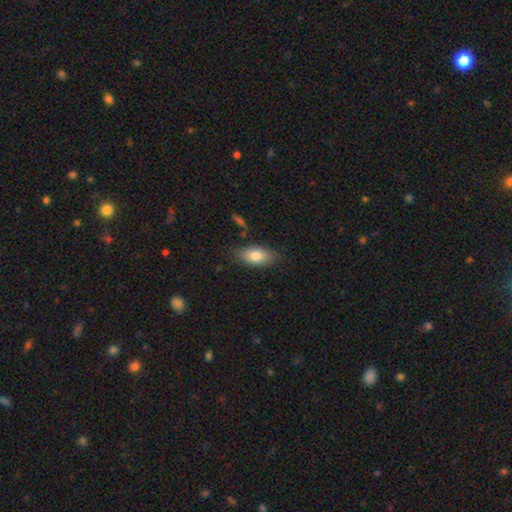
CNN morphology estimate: A smooth galaxy with no disk features (81%) that is in between round and cigar-shaped (87%). Merging: none (80%).